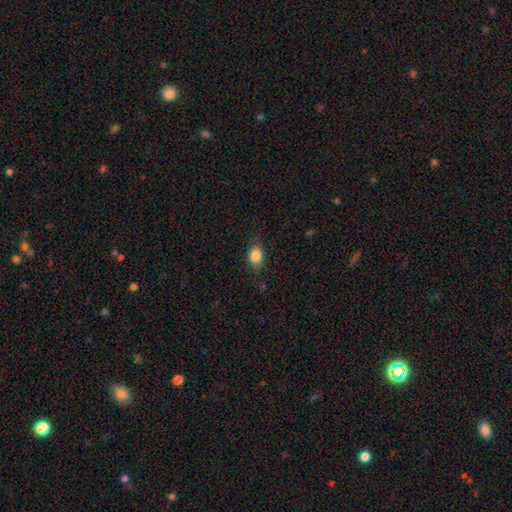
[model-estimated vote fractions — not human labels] This appears to be a smooth galaxy with no disk features (84%) that is in between round and cigar-shaped (75%). Merging: none (77%).